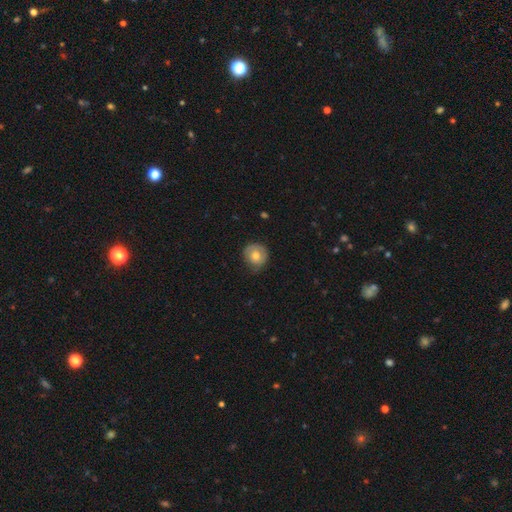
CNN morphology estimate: The model was most divided on "smooth or featured": smooth: 66%, featured or disk: 27%, star or artifact: 7%. More confident: how rounded — round (87%); merging — none (68%).